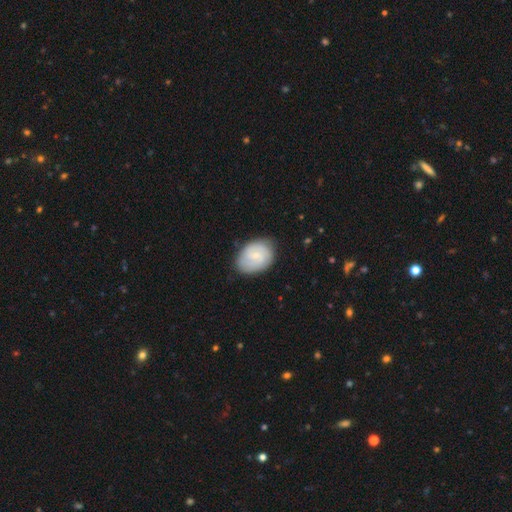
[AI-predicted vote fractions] featured or disk 49%, smooth 45%, star or artifact 6%. Down the decision tree: merging — none (77%).